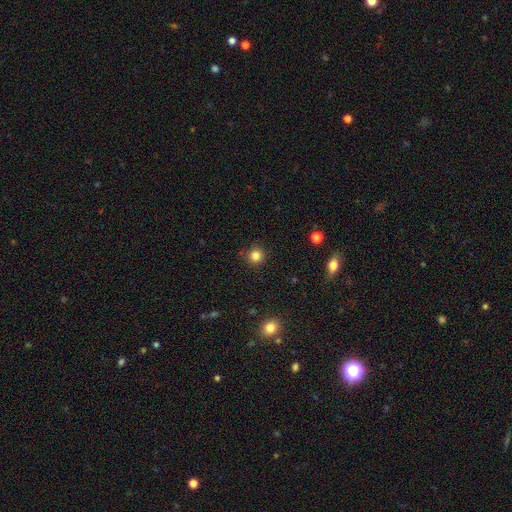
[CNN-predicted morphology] Smooth or featured?
  - smooth: 83% *
  - star or artifact: 12%
  - featured or disk: 4%
How rounded?
  - round: 94% *
  - in between: 5%
  - cigar-shaped: 1%
Merging?
  - none: 90% *
  - minor disturbance: 6%
  - major disturbance: 2%
  - merger: 2%